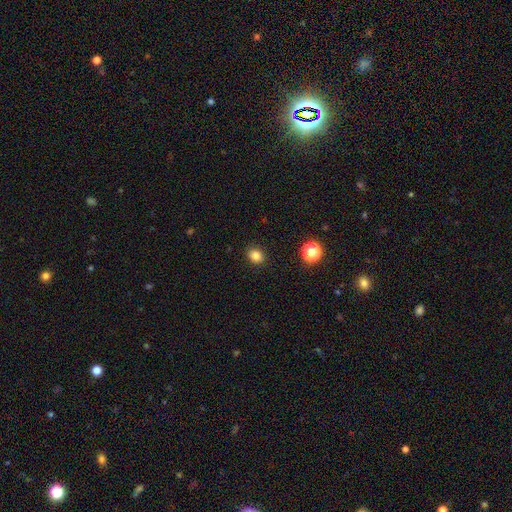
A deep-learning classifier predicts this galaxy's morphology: This is clearly a smooth galaxy (83%). How rounded: possibly round (58%). Merging: clearly none (90%).